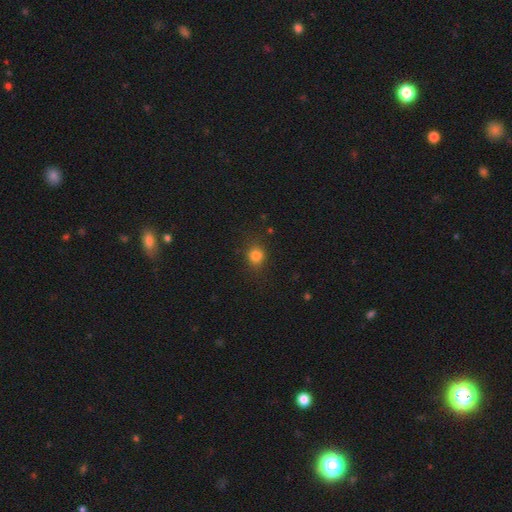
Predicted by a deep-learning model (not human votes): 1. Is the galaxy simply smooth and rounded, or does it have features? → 81% smooth, 13% star or artifact, 6% featured or disk.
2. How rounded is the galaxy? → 75% round, 24% in between, 1% cigar-shaped.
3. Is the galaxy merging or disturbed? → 81% none, 13% minor disturbance, 5% major disturbance, 1% merger.